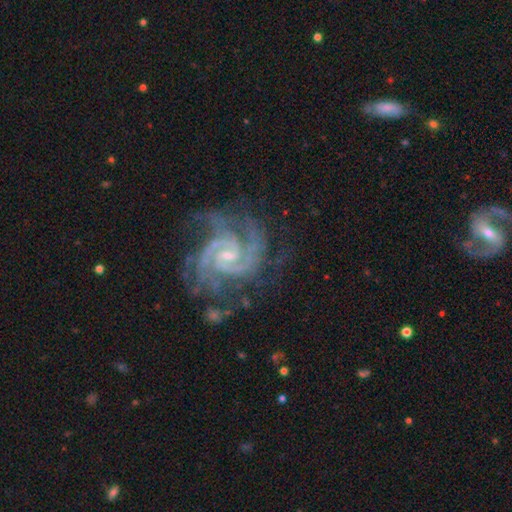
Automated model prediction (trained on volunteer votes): Smooth or featured: featured or disk — 88% (star or artifact — 8%)
Edge-on disk: no — 98% (yes — 2%)
Bar: no — 53% (weak — 33%)
Spiral arms: yes — 98% (no — 2%)
Spiral winding: tight — 59% (medium — 36%)
Spiral arm count: 3 — 31% (2 — 25%)
Bulge size: small — 68% (moderate — 27%)
Merging: none — 74% (minor disturbance — 16%)